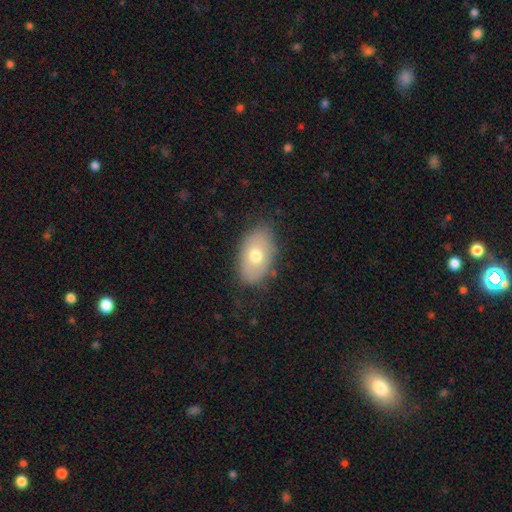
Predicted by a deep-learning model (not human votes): Smooth or featured?
  - smooth: 60% *
  - featured or disk: 29%
  - star or artifact: 12%
How rounded?
  - in between: 89% *
  - round: 9%
  - cigar-shaped: 2%
Merging?
  - none: 83% *
  - minor disturbance: 13%
  - major disturbance: 3%
  - merger: 1%